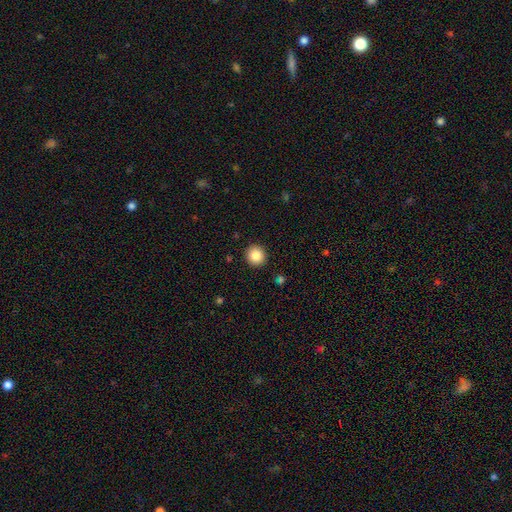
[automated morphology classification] Smooth or featured? smooth (85%)
How rounded? round (92%)
Merging? none (92%)